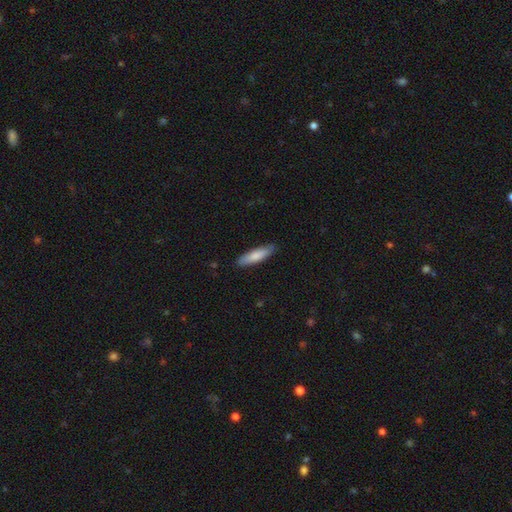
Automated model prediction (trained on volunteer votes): Morphology: type=smooth (81%); roundness=cigar-shaped (68%); merging=none (88%).